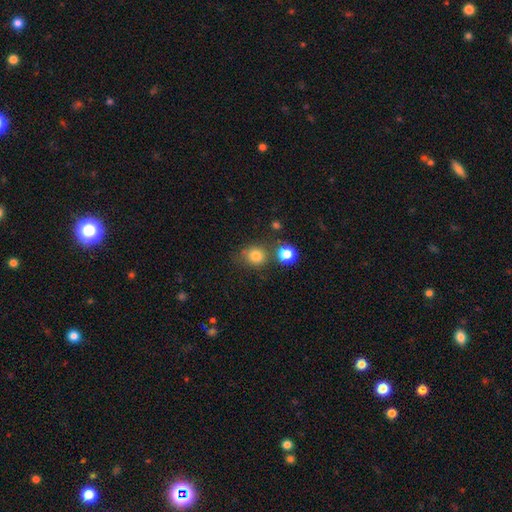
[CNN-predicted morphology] This appears to be a smooth galaxy with no disk features (80%) that is round (82%). Merging: none (64%).